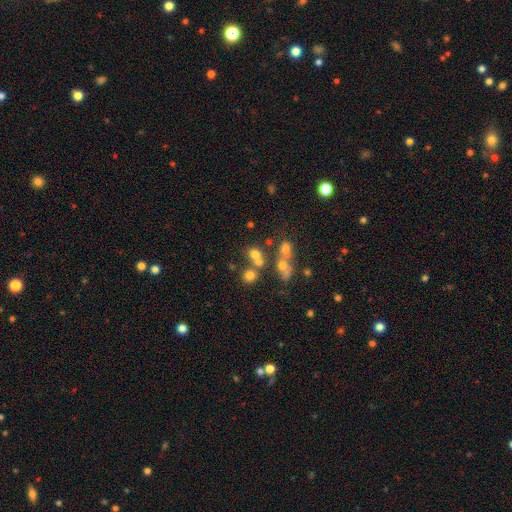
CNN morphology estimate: smooth_or_featured: smooth (p=0.61) [alt: featured or disk p=0.20]
how_rounded: round (p=0.61) [alt: in between p=0.37]
merging: none (p=0.44) [alt: merger p=0.39]